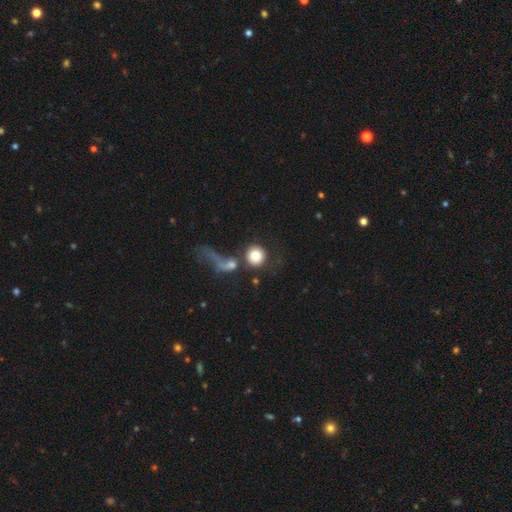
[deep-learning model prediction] The model was most divided on "merging": none: 39%, merger: 31%, major disturbance: 19%, minor disturbance: 11%. More confident: how rounded — round (91%); smooth or featured — smooth (79%).